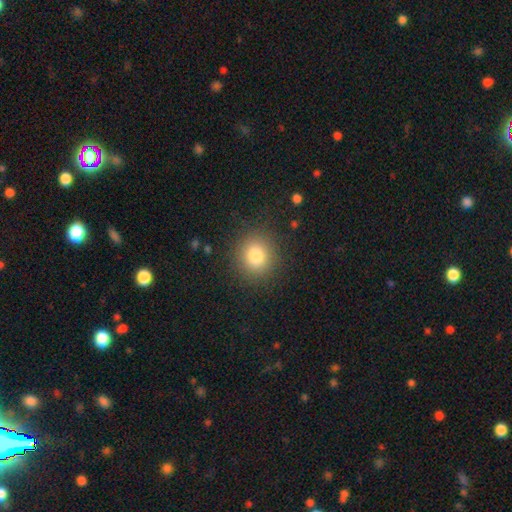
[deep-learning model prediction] This is clearly a smooth galaxy (81%). How rounded: clearly round (85%). Merging: clearly none (87%).